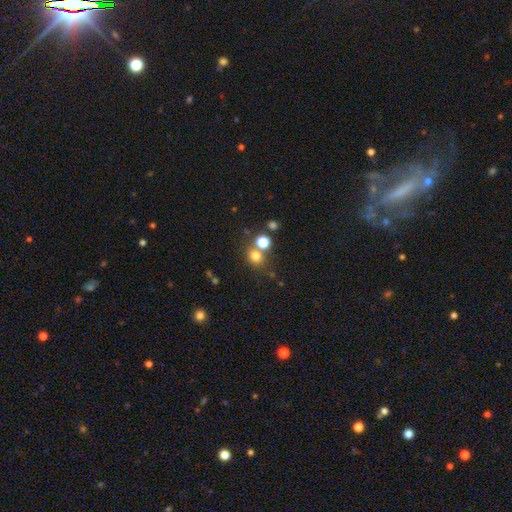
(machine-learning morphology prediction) Smooth or featured? smooth (74%)
How rounded? round (75%)
Merging? none (63%)